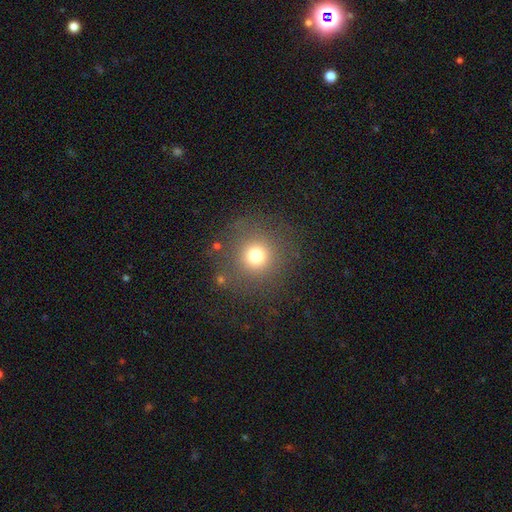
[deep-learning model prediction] A smooth galaxy with no disk features (73%) that is round (94%). Merging: none (83%).